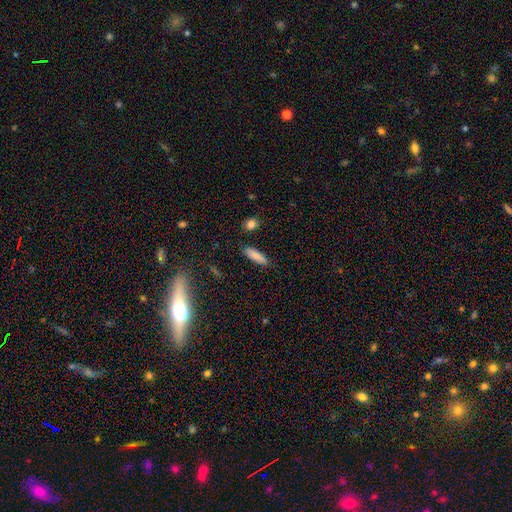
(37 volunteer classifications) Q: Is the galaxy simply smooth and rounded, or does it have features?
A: smooth — 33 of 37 (89%).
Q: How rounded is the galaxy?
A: cigar-shaped — 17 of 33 (52%).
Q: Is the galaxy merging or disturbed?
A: none — 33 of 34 (97%).